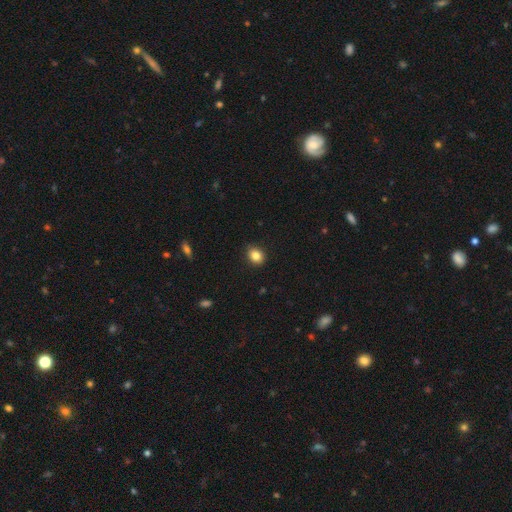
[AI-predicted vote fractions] The model was most divided on "how rounded": round: 53%, in between: 46%, cigar-shaped: 1%. More confident: merging — none (87%); smooth or featured — smooth (84%).